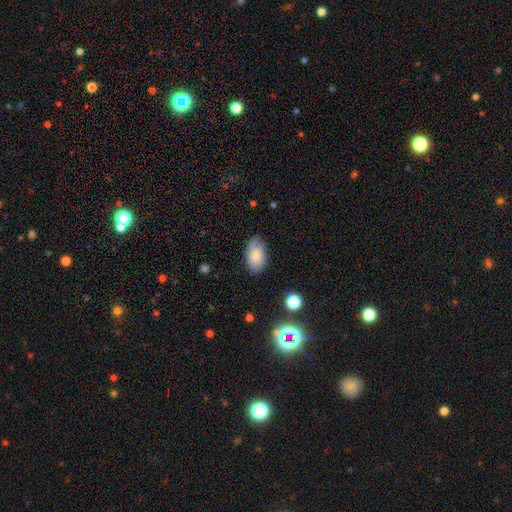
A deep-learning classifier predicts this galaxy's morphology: smooth-or-featured: smooth: 79% | featured or disk: 13% | star or artifact: 8%
  how-rounded: in between: 94% | round: 5% | cigar-shaped: 2%
  merging: none: 78% | minor disturbance: 17% | major disturbance: 4% | merger: 1%